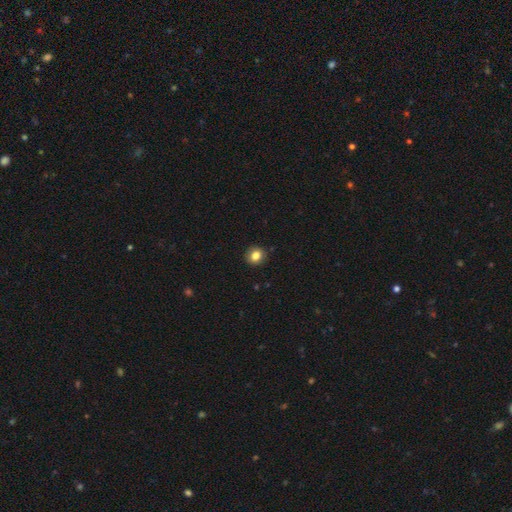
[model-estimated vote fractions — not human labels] A smooth galaxy with no disk features (83%) that is round (83%).

Vote fractions:
- Smooth or featured? smooth: 83% / star or artifact: 10% / featured or disk: 6%
- How rounded? round: 83% / in between: 16% / cigar-shaped: 1%
- Merging? none: 90% / minor disturbance: 8% / major disturbance: 2% / merger: 1%